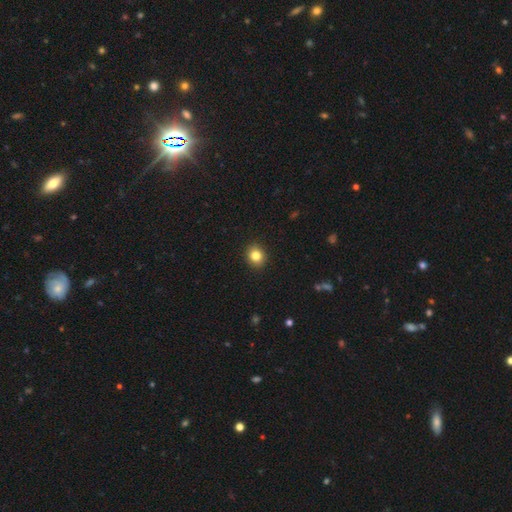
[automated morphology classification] Smooth or featured? smooth (83%)
How rounded? round (74%)
Merging? none (92%)